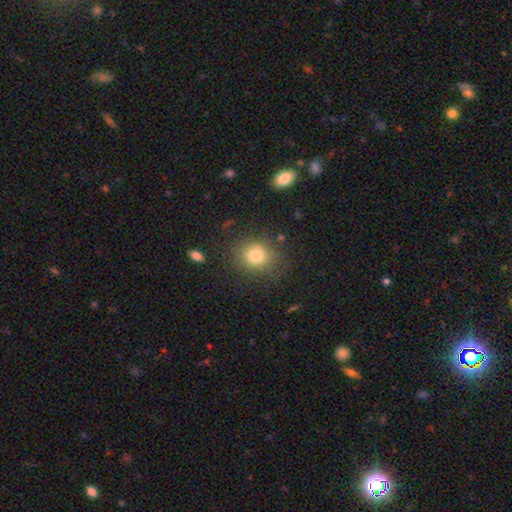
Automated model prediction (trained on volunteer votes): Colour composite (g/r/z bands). It shows a smooth galaxy with no disk features (79%) that is round (74%). Merging: none (81%).